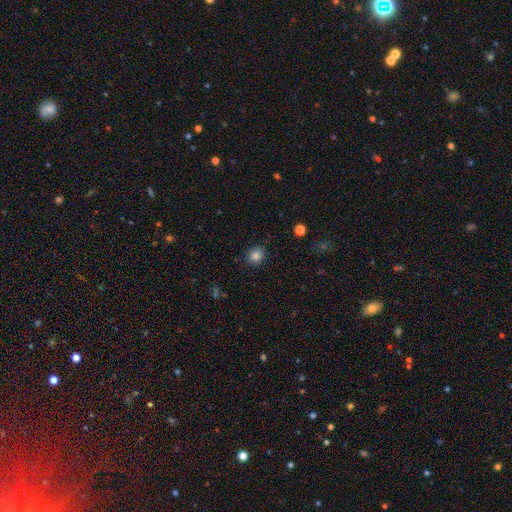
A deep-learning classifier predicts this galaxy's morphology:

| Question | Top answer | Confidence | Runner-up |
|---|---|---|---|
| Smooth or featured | smooth | 84% | star or artifact (12%) |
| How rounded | round | 83% | in between (16%) |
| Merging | none | 87% | minor disturbance (9%) |